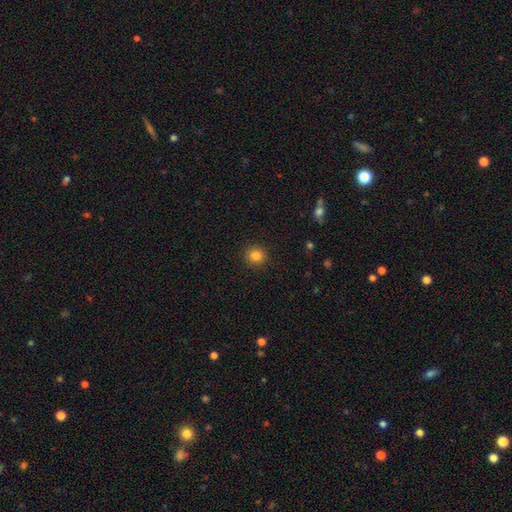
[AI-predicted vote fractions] The model was most divided on "smooth or featured": smooth: 84%, star or artifact: 12%, featured or disk: 4%. More confident: merging — none (91%); how rounded — round (88%).